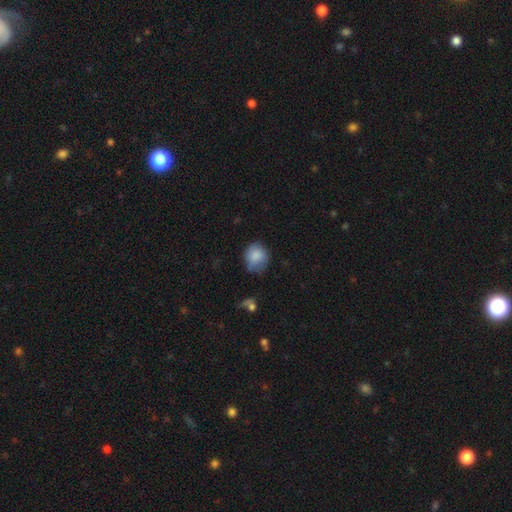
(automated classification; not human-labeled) Smooth or featured? smooth (83%)
How rounded? round (78%)
Merging? none (62%)